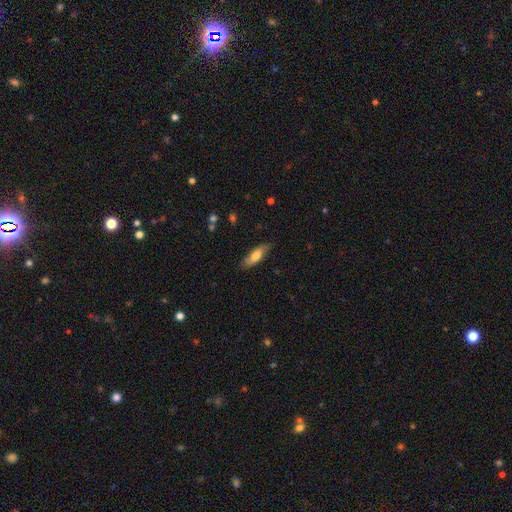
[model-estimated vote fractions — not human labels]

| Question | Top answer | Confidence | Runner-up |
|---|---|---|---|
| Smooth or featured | smooth | 60% | featured or disk (33%) |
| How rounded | in between | 60% | cigar-shaped (37%) |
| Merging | none | 79% | minor disturbance (16%) |